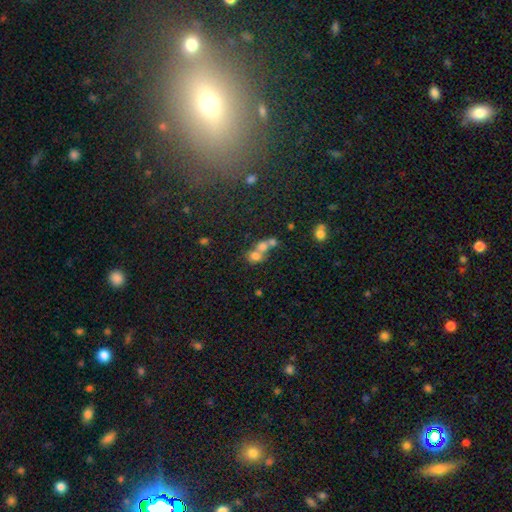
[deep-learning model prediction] Smooth or featured?
  - smooth: 66% *
  - featured or disk: 18%
  - star or artifact: 17%
How rounded?
  - round: 60% *
  - in between: 38%
  - cigar-shaped: 2%
Merging?
  - merger: 60% *
  - none: 27%
  - minor disturbance: 7%
  - major disturbance: 5%